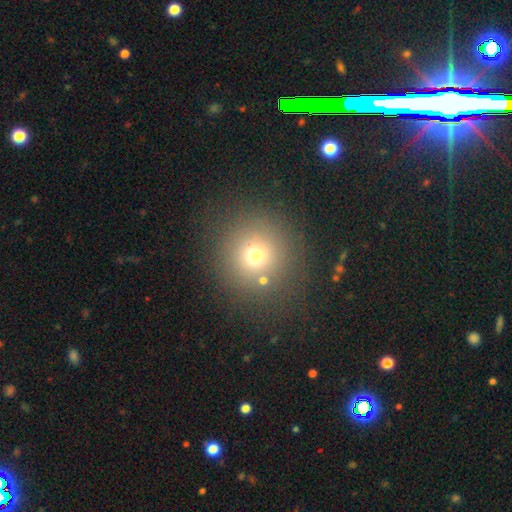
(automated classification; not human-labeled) Morphology: type=smooth (68%); roundness=round (95%); merging=none (83%).